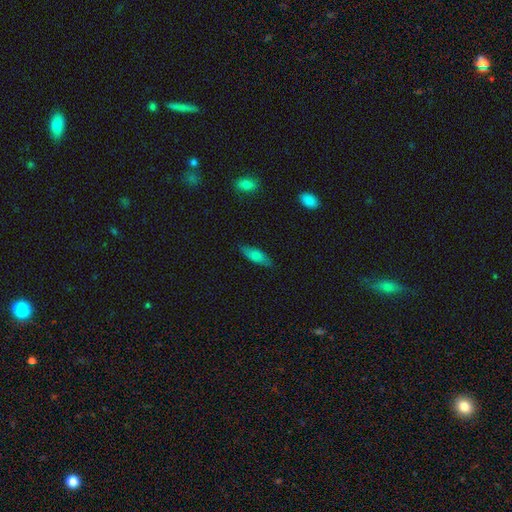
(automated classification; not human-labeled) Morphology: type=smooth (75%); roundness=in between (62%); merging=none (84%).